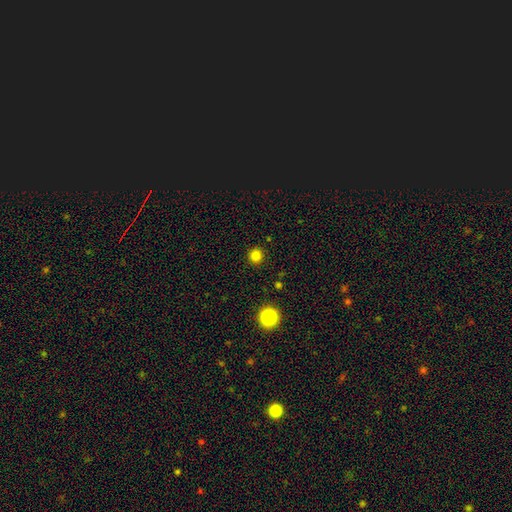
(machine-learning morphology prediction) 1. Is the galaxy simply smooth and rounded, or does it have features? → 81% smooth, 15% star or artifact, 4% featured or disk.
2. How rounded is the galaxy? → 92% round, 7% in between, 1% cigar-shaped.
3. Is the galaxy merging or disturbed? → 91% none, 5% minor disturbance, 2% major disturbance, 1% merger.